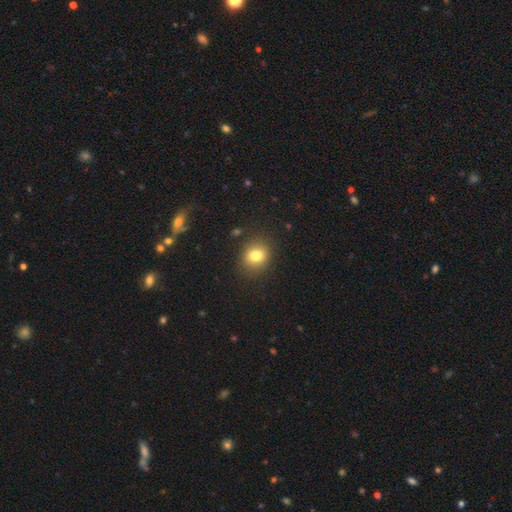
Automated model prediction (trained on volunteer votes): This is likely a smooth galaxy (80%). How rounded: likely round (64%). Merging: clearly none (85%).